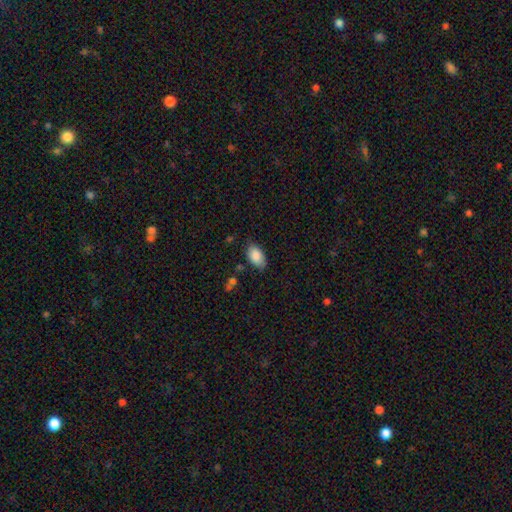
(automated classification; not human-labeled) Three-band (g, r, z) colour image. It shows a smooth galaxy with no disk features (87%) that is in between round and cigar-shaped (93%). Merging: none (76%).